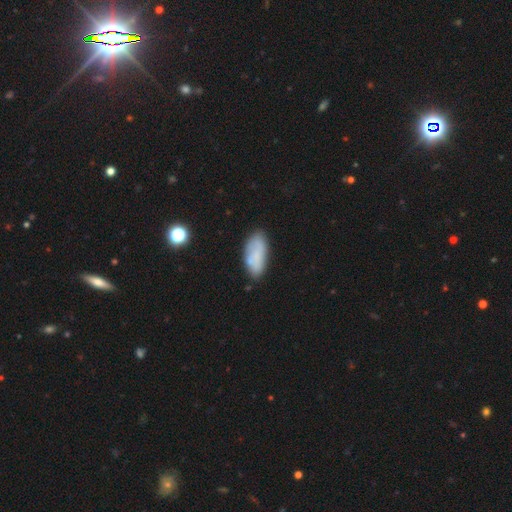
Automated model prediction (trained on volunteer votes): This appears to be a smooth galaxy with no disk features (69%) that is in between round and cigar-shaped (87%). Merging: none (68%).